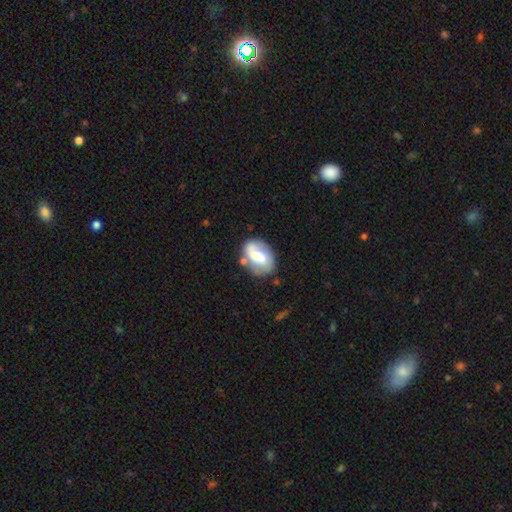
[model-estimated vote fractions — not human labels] A featured or disk galaxy (52%) with a weak bar (41%), spiral arms (68%) and a moderate central bulge (39%).

Vote fractions:
- Smooth or featured? featured or disk: 52% / smooth: 41% / star or artifact: 7%
- Edge-on disk? no: 97% / yes: 3%
- Bar? weak: 41% / no: 35% / strong: 24%
- Spiral arms? yes: 68% / no: 32%
- Bulge size? moderate: 39% / large: 25% / small: 21% / none: 12% / dominant: 4%
- Merging? none: 58% / minor disturbance: 22% / merger: 10% / major disturbance: 10%